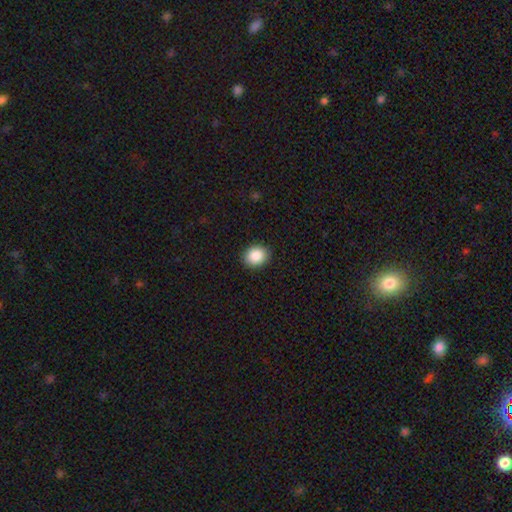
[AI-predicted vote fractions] Smooth or featured? Predicted: smooth (p=0.88). How rounded? Predicted: round (p=0.61). Merging? Predicted: none (p=0.90).